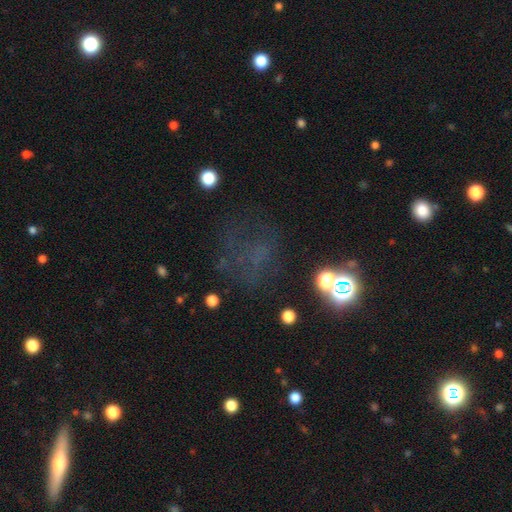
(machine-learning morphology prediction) The model was most divided on "smooth or featured": star or artifact: 47%, smooth: 34%, featured or disk: 19%.